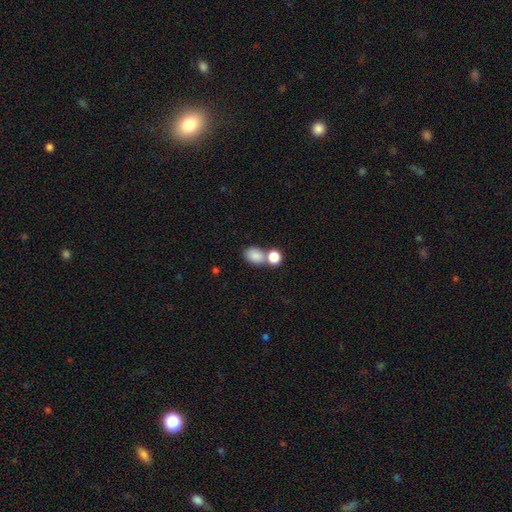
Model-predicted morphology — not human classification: Smooth or featured? smooth (84%)
How rounded? in between (67%)
Merging? none (44%)